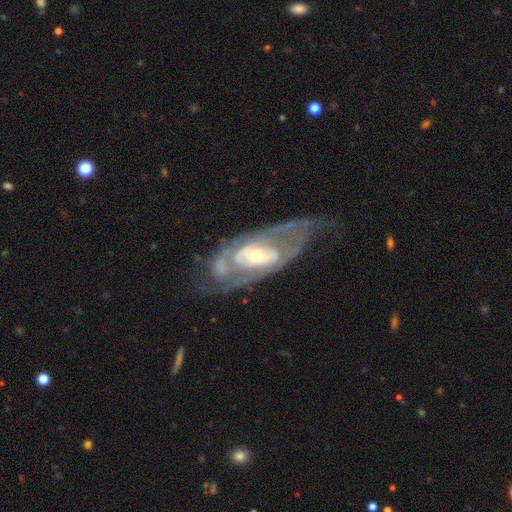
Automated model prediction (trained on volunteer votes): Smooth or featured?
  - featured or disk: 84% *
  - smooth: 11%
  - star or artifact: 5%
Edge-on disk?
  - no: 92% *
  - yes: 8%
Bar?
  - no: 51% *
  - weak: 31%
  - strong: 18%
Spiral arms?
  - yes: 80% *
  - no: 20%
Spiral winding?
  - tight: 48% *
  - medium: 35%
  - loose: 17%
Spiral arm count?
  - 2: 52% *
  - can't tell: 30%
  - 3: 6%
  - 1: 6%
  - 4: 3%
  - more than 4: 3%
Bulge size?
  - small: 47% *
  - moderate: 46%
  - large: 5%
  - none: 1%
  - dominant: 1%
Merging?
  - none: 52% *
  - major disturbance: 25%
  - minor disturbance: 20%
  - merger: 3%